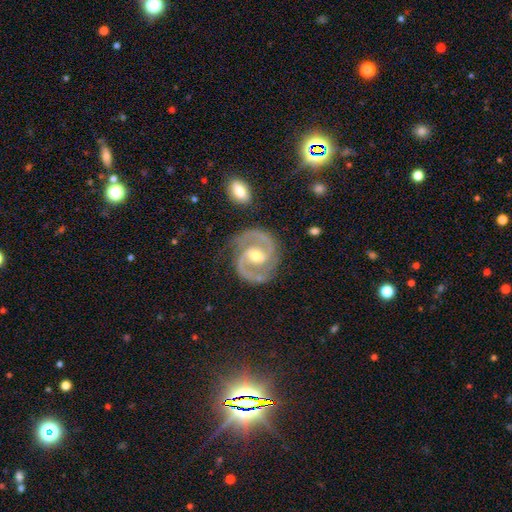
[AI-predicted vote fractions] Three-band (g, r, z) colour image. It shows a featured or disk galaxy (91%) with a weak bar (41%), 2 (94%) medium (54%) spiral arms (98%) and a moderate central bulge (67%). Merging: none (82%).